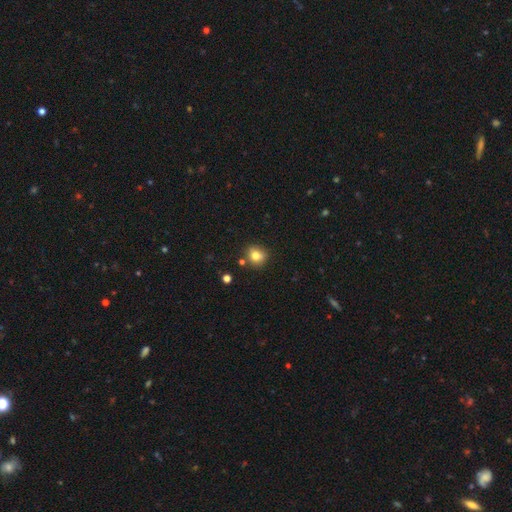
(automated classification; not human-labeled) Overall: smooth (79%). How rounded: round (81%). Merging: none (81%).